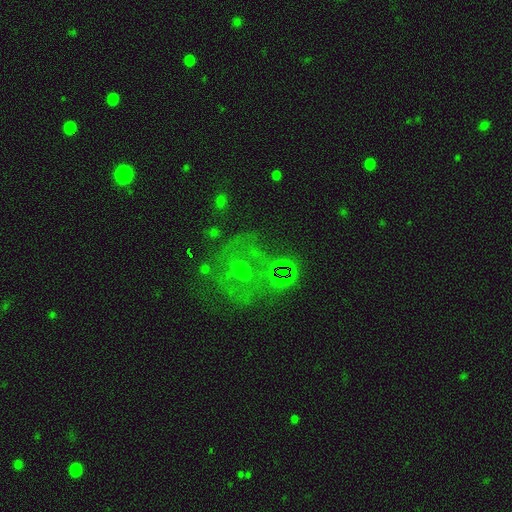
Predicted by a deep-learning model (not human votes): Overall: featured or disk (53%; star or artifact 26%). Edge-on disk: no (97%). Bar: no (82%). Spiral arms: no (56%; yes 44%). Bulge size: small (45%; moderate 44%). Merging: none (57%).